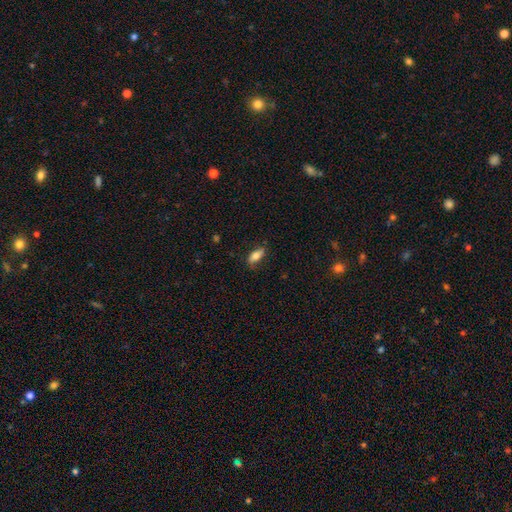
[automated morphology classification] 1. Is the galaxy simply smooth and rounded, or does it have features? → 73% smooth, 20% featured or disk, 7% star or artifact.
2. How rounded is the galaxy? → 80% in between, 17% cigar-shaped, 3% round.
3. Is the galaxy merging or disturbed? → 75% none, 19% minor disturbance, 4% major disturbance, 1% merger.